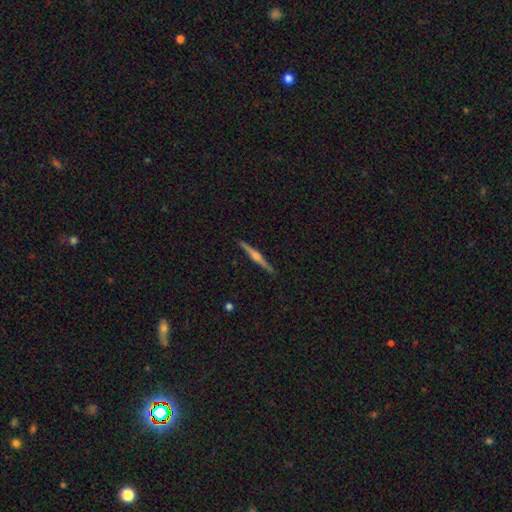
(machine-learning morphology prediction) Smooth or featured? featured or disk (81%)
Edge-on disk? yes (99%)
Edge-on bulge? rounded (90%)
Merging? none (92%)